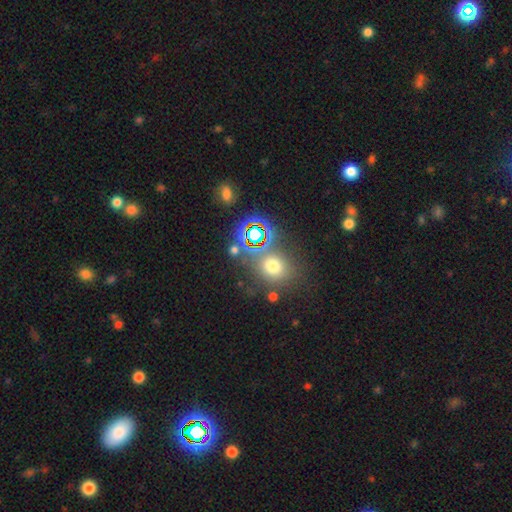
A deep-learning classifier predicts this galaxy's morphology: Smooth or featured? Predicted: smooth (p=0.51). How rounded? Predicted: round (p=0.77). Merging? Predicted: none (p=0.66).